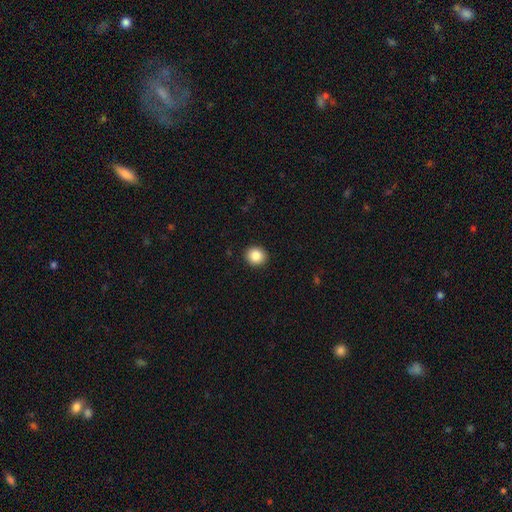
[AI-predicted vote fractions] Smooth or featured? Predicted: smooth (p=0.86). How rounded? Predicted: round (p=0.83). Merging? Predicted: none (p=0.92).